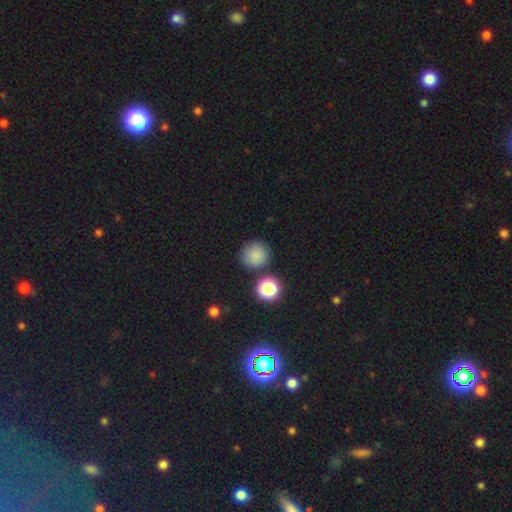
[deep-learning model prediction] A smooth galaxy with no disk features (81%) that is round (91%). Merging: none (79%).